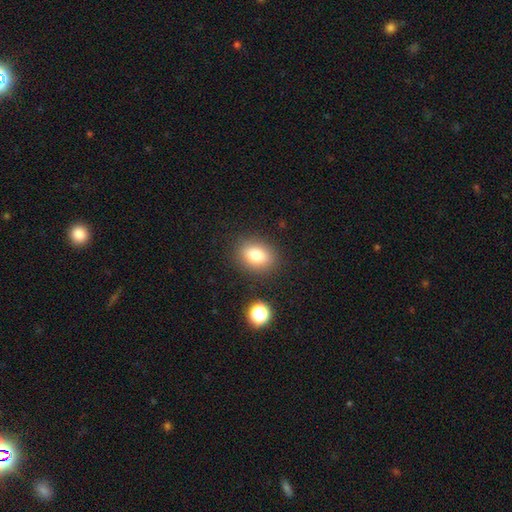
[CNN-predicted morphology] This appears to be a smooth galaxy with no disk features (80%) that is in between round and cigar-shaped (62%). Merging: none (85%).